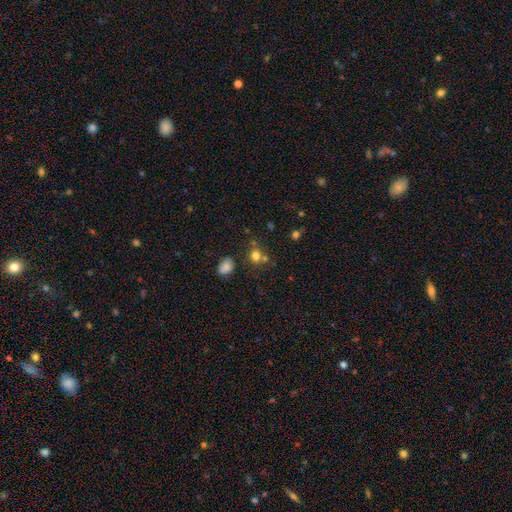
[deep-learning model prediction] Smooth or featured? Predicted: smooth (p=0.75). How rounded? Predicted: round (p=0.76). Merging? Predicted: none (p=0.64).